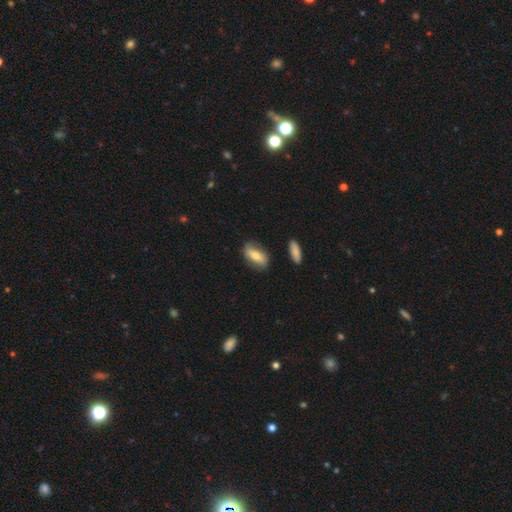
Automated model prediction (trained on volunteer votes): Smooth or featured: smooth — 67% (featured or disk — 27%)
How rounded: in between — 83% (cigar-shaped — 11%)
Merging: none — 77% (minor disturbance — 16%)